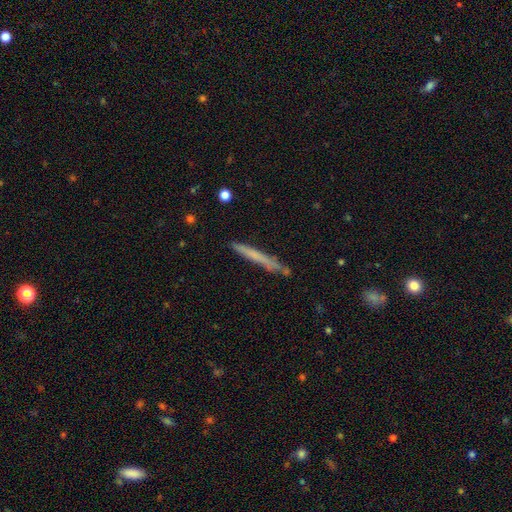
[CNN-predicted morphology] Q: Smooth or featured?
A: smooth (60%); runner-up: featured or disk (34%)
Q: How rounded?
A: cigar-shaped (97%); runner-up: in between (2%)
Q: Merging?
A: none (81%); runner-up: minor disturbance (13%)